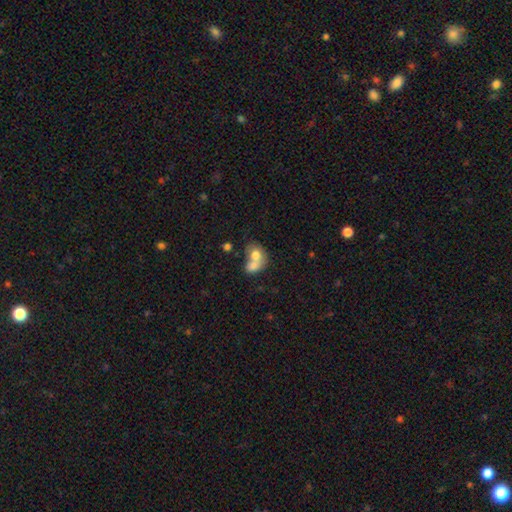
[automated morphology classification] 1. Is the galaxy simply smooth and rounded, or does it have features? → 69% smooth, 23% featured or disk, 8% star or artifact.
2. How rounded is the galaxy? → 51% in between, 48% round, 1% cigar-shaped.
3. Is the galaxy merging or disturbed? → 72% merger, 17% none, 7% minor disturbance, 4% major disturbance.